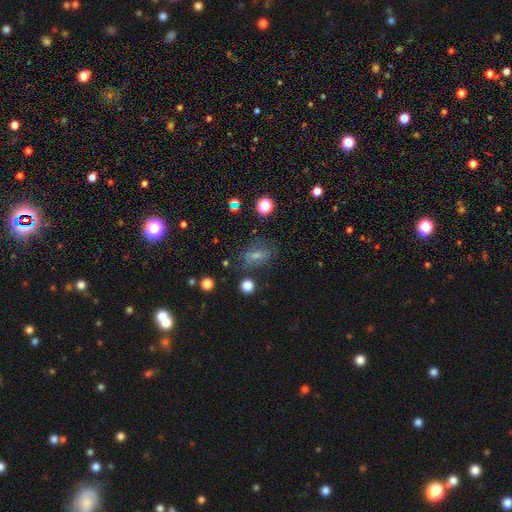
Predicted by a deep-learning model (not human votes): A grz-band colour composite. It shows a smooth galaxy with no disk features (62%) that is in between round and cigar-shaped (76%). Merging: none (66%).